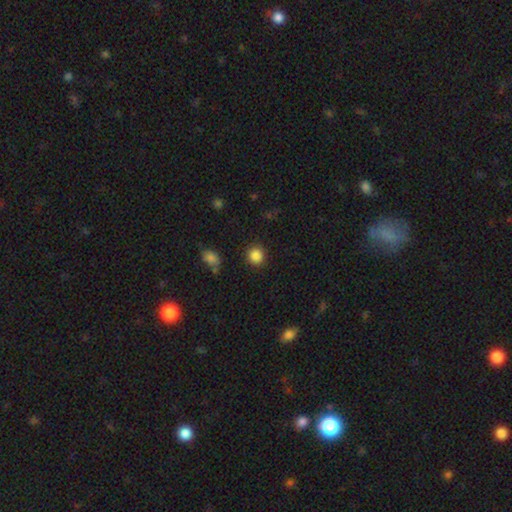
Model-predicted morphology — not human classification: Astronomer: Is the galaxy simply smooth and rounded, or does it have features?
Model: smooth — 85%.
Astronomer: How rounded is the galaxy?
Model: round — 92%.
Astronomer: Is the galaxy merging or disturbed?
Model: none — 90%.